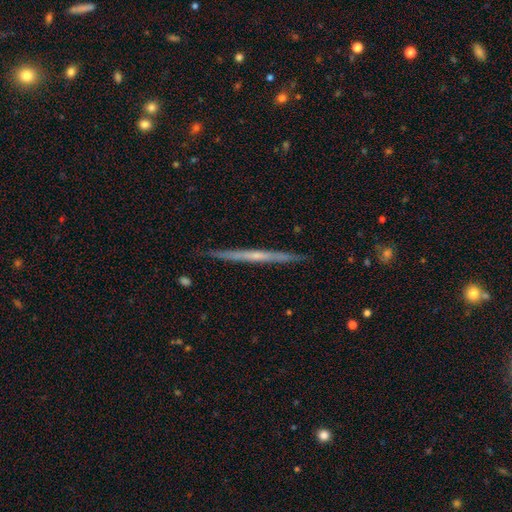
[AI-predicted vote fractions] Smooth or featured?
  - featured or disk: 68% *
  - smooth: 26%
  - star or artifact: 6%
Edge-on disk?
  - yes: 98% *
  - no: 2%
Edge-on bulge?
  - none: 66% *
  - rounded: 30%
  - boxy: 5%
Merging?
  - none: 91% *
  - minor disturbance: 7%
  - major disturbance: 1%
  - merger: 1%